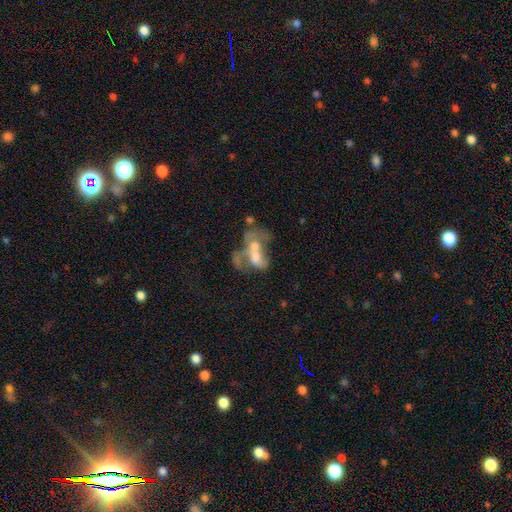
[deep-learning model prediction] Smooth or featured: featured or disk — 50% (smooth — 38%)
Edge-on disk: no — 96% (yes — 4%)
Merging: merger — 64% (major disturbance — 20%)